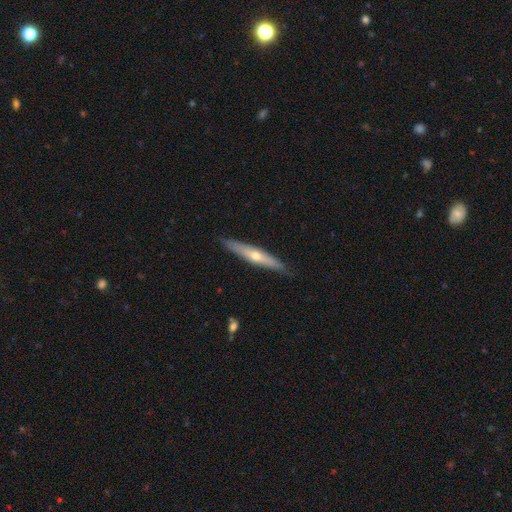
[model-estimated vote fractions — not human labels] Smooth or featured?
  - featured or disk: 57% *
  - smooth: 37%
  - star or artifact: 6%
Edge-on disk?
  - yes: 89% *
  - no: 11%
Edge-on bulge?
  - rounded: 82% *
  - none: 16%
  - boxy: 2%
Merging?
  - none: 88% *
  - minor disturbance: 9%
  - major disturbance: 2%
  - merger: 1%